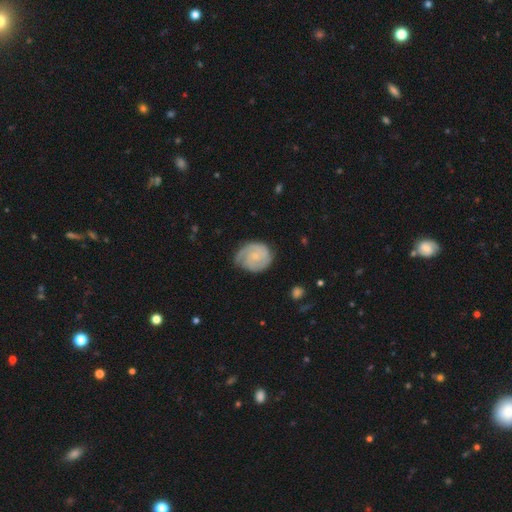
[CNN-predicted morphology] smooth-or-featured: featured or disk: 71% | smooth: 24% | star or artifact: 5%
  disk-edge-on: no: 98% | yes: 2%
    bar: no: 72% | weak: 25% | strong: 3%
    has-spiral-arms: yes: 94% | no: 6%
      spiral-winding: tight: 59% | medium: 31% | loose: 9%
      spiral-arm-count: 2: 46% | can't tell: 21% | 3: 17% | 1: 9% | 4: 3% | more than 4: 3%
    bulge-size: small: 69% | moderate: 18% | none: 10% | large: 1% | dominant: 1%
  merging: none: 66% | minor disturbance: 25% | major disturbance: 8% | merger: 1%